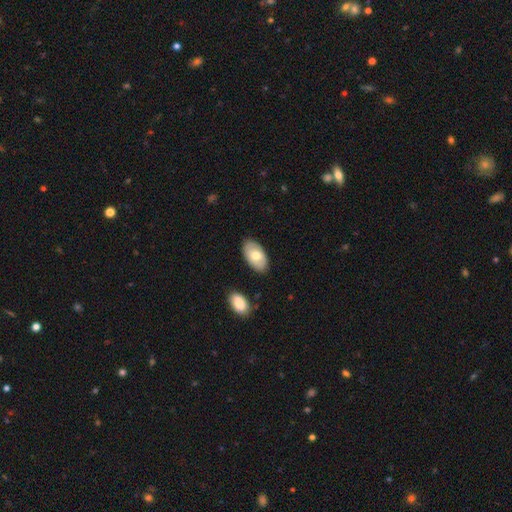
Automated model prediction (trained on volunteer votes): Morphology: type=smooth (69%); roundness=in between (95%); merging=none (84%).